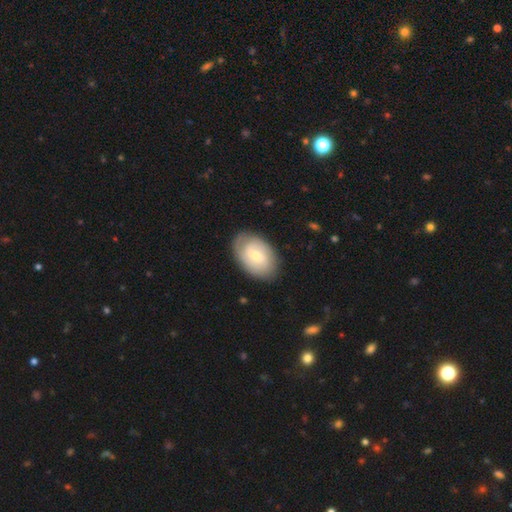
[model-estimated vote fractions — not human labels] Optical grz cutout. It shows a featured or disk galaxy (50%). Merging: none (82%).